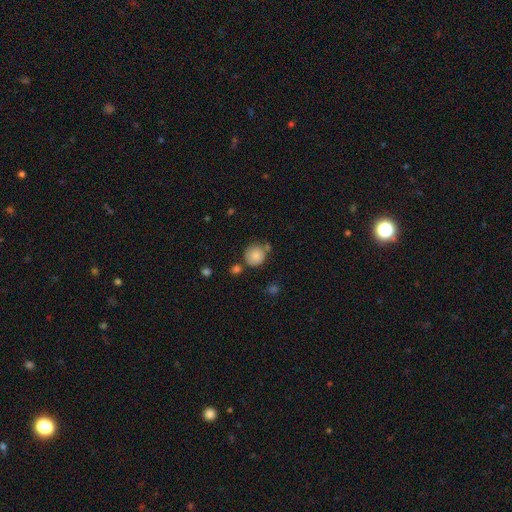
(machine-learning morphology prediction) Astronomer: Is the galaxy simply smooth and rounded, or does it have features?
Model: smooth — 84%.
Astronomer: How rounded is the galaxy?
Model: round — 88%.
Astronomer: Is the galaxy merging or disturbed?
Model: none — 65%.